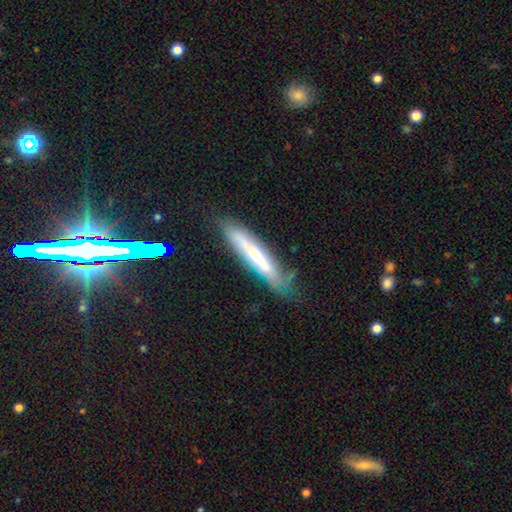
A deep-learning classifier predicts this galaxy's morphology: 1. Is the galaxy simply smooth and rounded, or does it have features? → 52% featured or disk, 40% smooth, 8% star or artifact.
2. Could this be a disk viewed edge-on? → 71% yes, 29% no.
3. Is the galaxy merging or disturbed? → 66% none, 23% minor disturbance, 8% major disturbance, 3% merger.